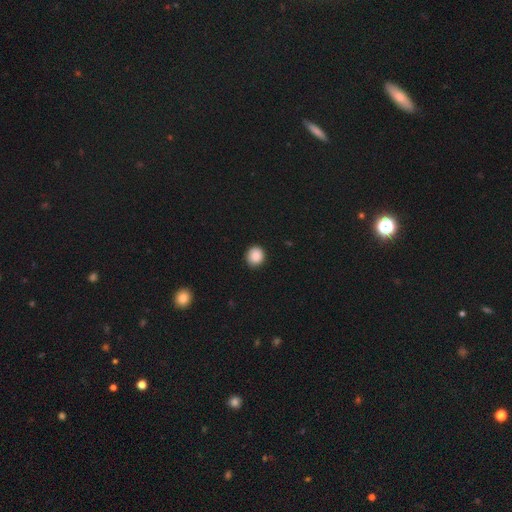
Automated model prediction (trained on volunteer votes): Smooth or featured? smooth (88%)
How rounded? round (84%)
Merging? none (87%)